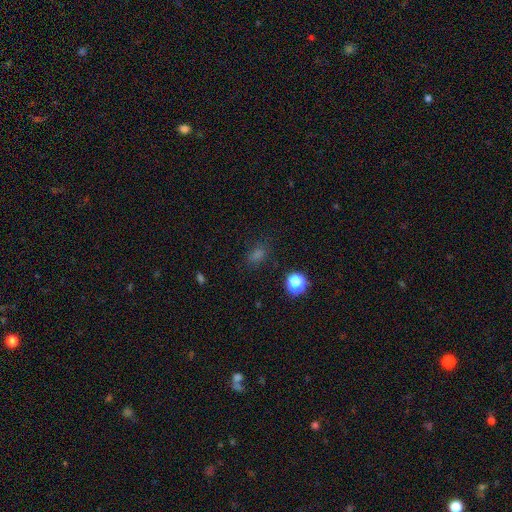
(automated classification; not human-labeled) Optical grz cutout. It shows a smooth galaxy with no disk features (63%) that is in between round and cigar-shaped (65%). Merging: none (81%).